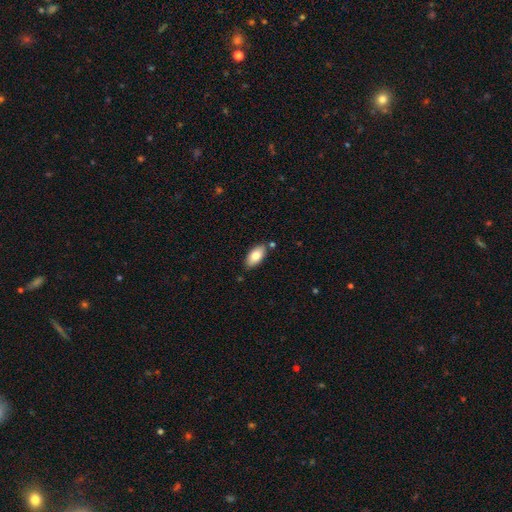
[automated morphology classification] Overall: smooth (81%). How rounded: in between (93%). Merging: none (81%).